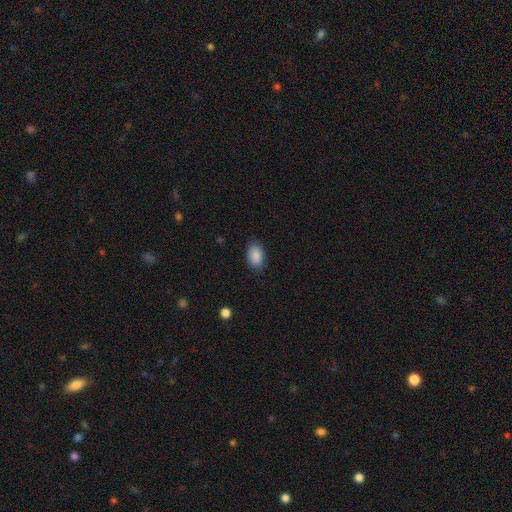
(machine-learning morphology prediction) The model was most divided on "merging": none: 85%, minor disturbance: 11%, major disturbance: 3%, merger: 1%. More confident: how rounded — in between (90%); smooth or featured — smooth (89%).